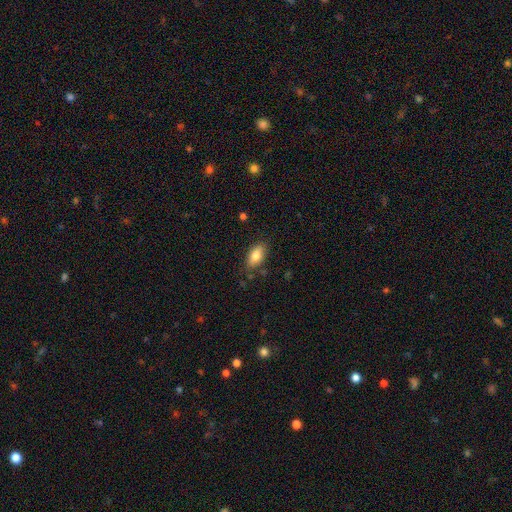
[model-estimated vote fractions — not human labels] Smooth or featured?
  - smooth: 80% *
  - featured or disk: 13%
  - star or artifact: 7%
How rounded?
  - in between: 88% *
  - cigar-shaped: 8%
  - round: 4%
Merging?
  - none: 80% *
  - minor disturbance: 15%
  - major disturbance: 3%
  - merger: 2%